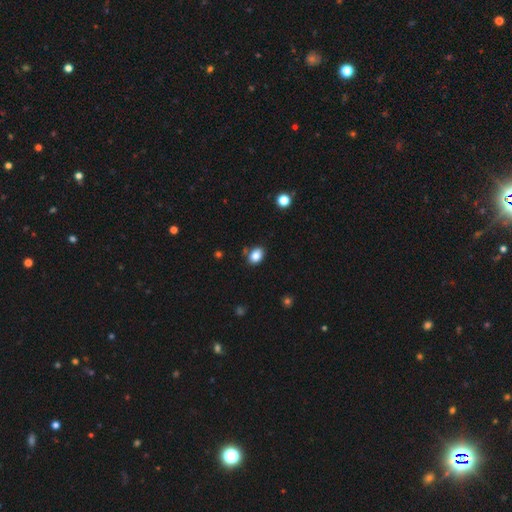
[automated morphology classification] Smooth or featured? smooth (84%)
How rounded? in between (71%)
Merging? none (77%)